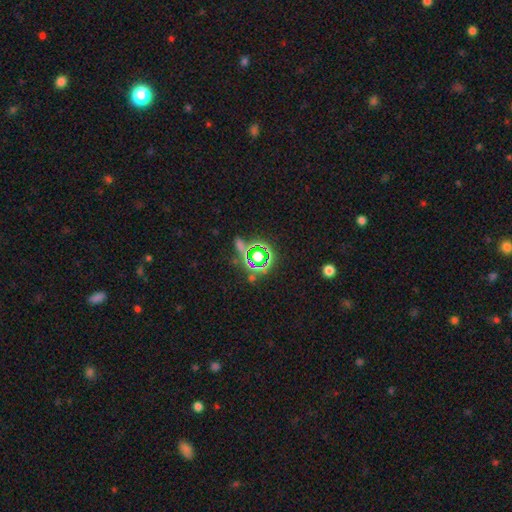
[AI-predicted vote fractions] star or artifact 73%, smooth 19%, featured or disk 8%.